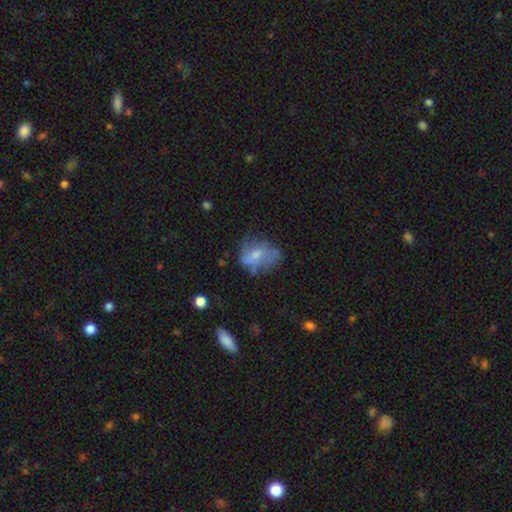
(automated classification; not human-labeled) A featured or disk galaxy (47%). Merging: none (44%).